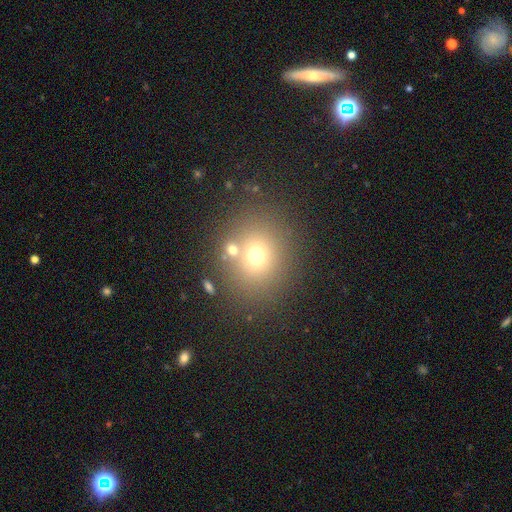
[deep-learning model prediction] A smooth galaxy with no disk features (67%) that is round (75%).

Vote fractions:
- Smooth or featured? smooth: 67% / star or artifact: 20% / featured or disk: 13%
- How rounded? round: 75% / in between: 24% / cigar-shaped: 1%
- Merging? none: 76% / merger: 11% / minor disturbance: 9% / major disturbance: 4%